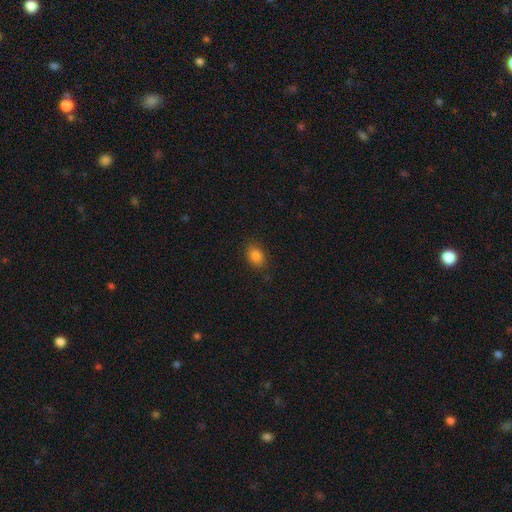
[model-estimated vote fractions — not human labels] smooth-or-featured: smooth: 84% | star or artifact: 10% | featured or disk: 5%
  how-rounded: in between: 72% | round: 27% | cigar-shaped: 1%
  merging: none: 83% | minor disturbance: 13% | major disturbance: 3% | merger: 1%